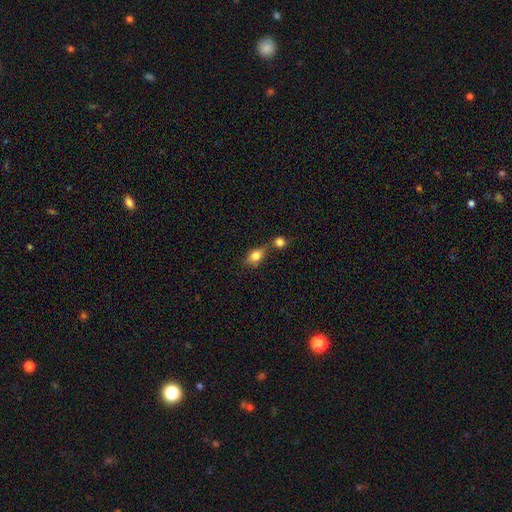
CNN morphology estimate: The model was most divided on "merging": none: 45%, merger: 33%, minor disturbance: 16%, major disturbance: 6%. More confident: smooth or featured — smooth (80%); how rounded — in between (73%).